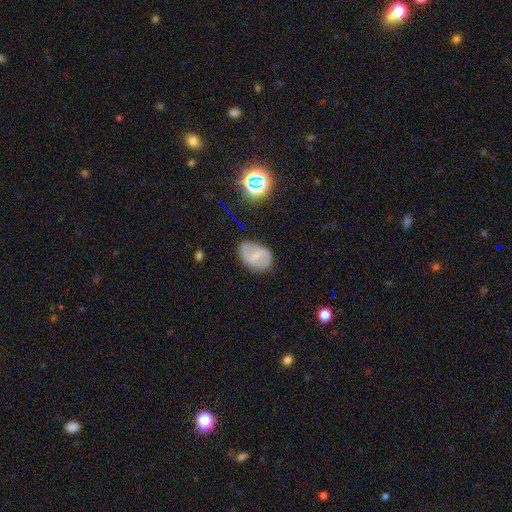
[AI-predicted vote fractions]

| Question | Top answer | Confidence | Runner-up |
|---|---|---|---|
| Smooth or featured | featured or disk | 53% | smooth (37%) |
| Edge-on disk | no | 95% | yes (5%) |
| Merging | none | 72% | minor disturbance (20%) |